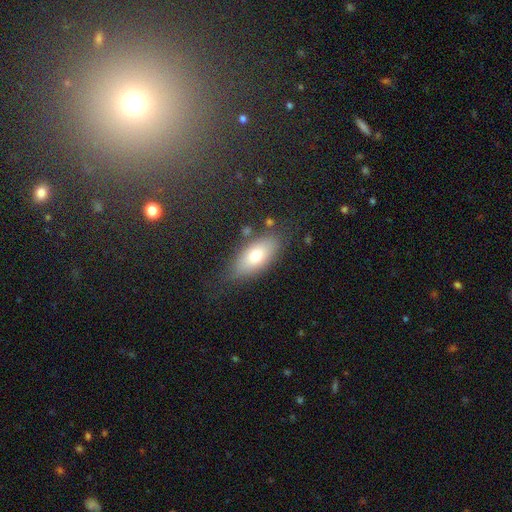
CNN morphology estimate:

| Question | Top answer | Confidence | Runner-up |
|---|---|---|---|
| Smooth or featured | smooth | 72% | featured or disk (20%) |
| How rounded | in between | 85% | cigar-shaped (11%) |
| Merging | none | 76% | minor disturbance (16%) |